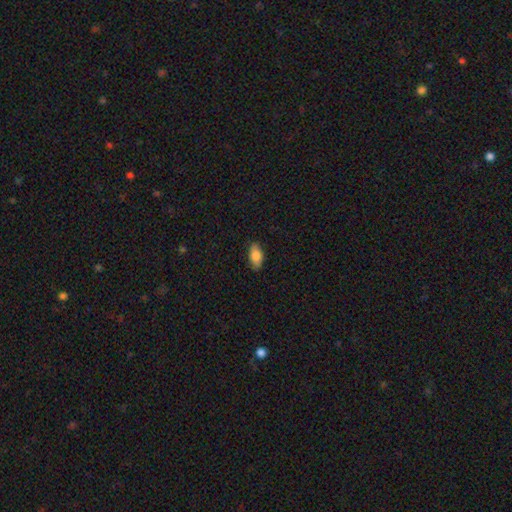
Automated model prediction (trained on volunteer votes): smooth_or_featured: smooth (p=0.81) [alt: featured or disk p=0.13]
how_rounded: in between (p=0.90) [alt: cigar-shaped p=0.06]
merging: none (p=0.85) [alt: minor disturbance p=0.12]